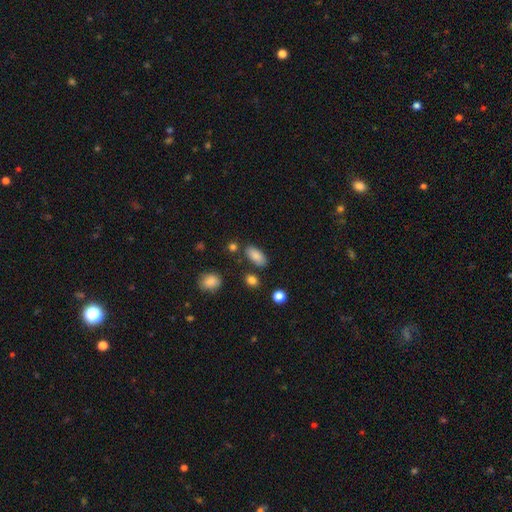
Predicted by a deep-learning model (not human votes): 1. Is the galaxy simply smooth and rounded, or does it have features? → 86% smooth, 8% star or artifact, 6% featured or disk.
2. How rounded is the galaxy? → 90% in between, 7% cigar-shaped, 4% round.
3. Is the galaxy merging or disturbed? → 79% none, 12% minor disturbance, 5% merger, 3% major disturbance.